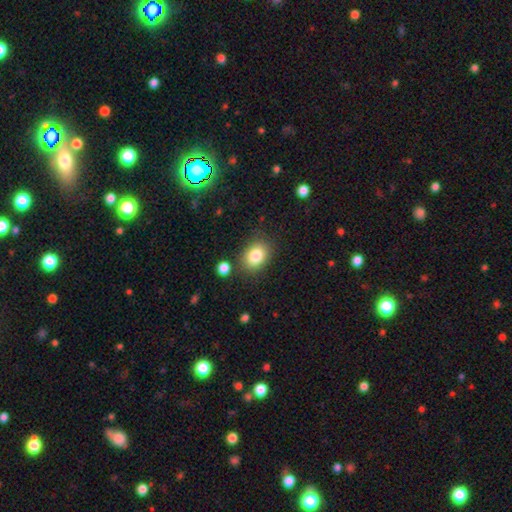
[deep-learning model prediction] A smooth galaxy with no disk features (84%) that is in between round and cigar-shaped (64%). Merging: none (81%).